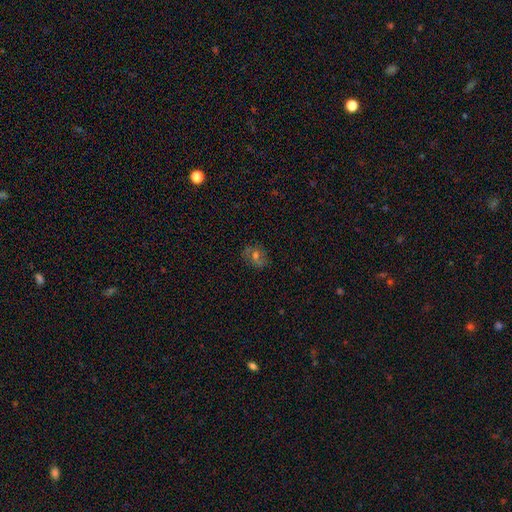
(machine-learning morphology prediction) Smooth or featured: smooth — 41% (featured or disk — 36%)
Merging: none — 78% (minor disturbance — 14%)